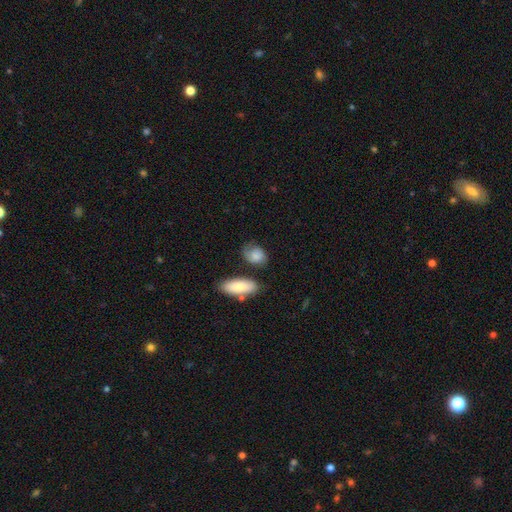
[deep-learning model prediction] smooth 71%, featured or disk 22%, star or artifact 8%. Down the decision tree: how rounded — in between (63%); merging — none (52%).